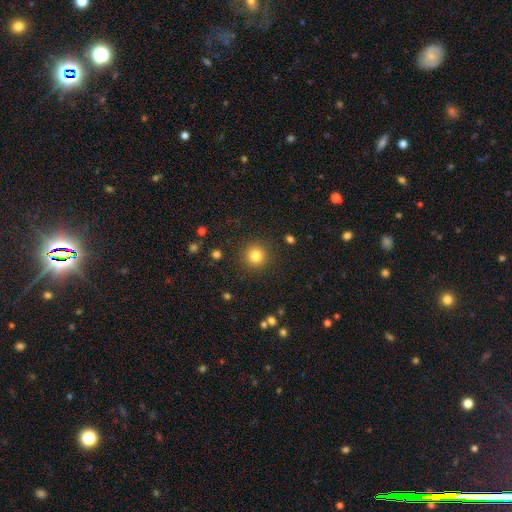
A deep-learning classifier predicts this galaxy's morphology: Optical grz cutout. It shows a smooth galaxy with no disk features (82%) that is round (95%). Merging: none (90%).